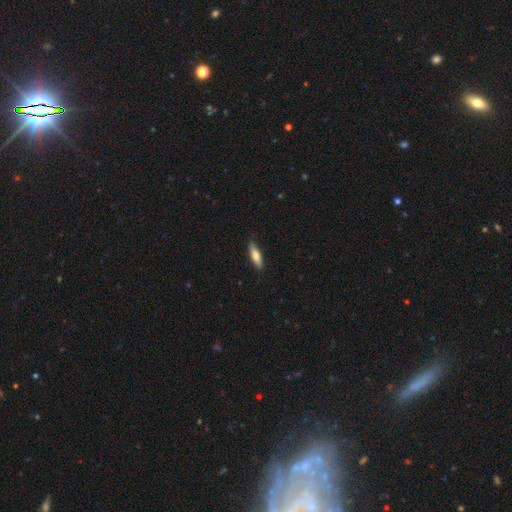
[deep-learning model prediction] Smooth or featured? smooth (71%)
How rounded? cigar-shaped (61%)
Merging? none (87%)